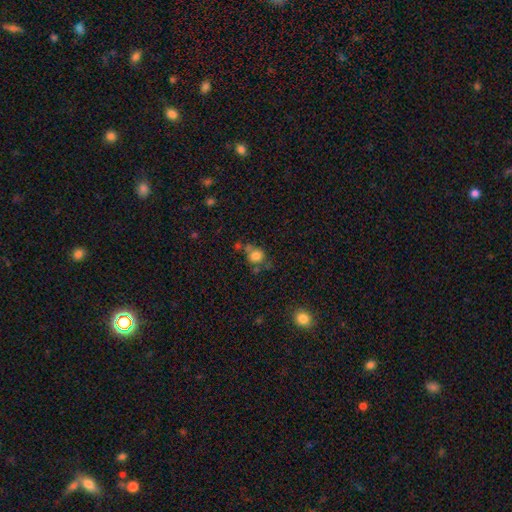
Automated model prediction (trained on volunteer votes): Smooth or featured? Predicted: smooth (p=0.79). How rounded? Predicted: round (p=0.80). Merging? Predicted: none (p=0.55).